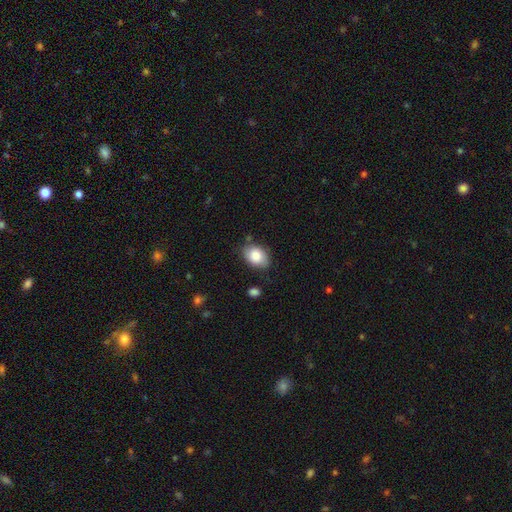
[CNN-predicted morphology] A smooth galaxy with no disk features (84%) that is in between round and cigar-shaped (80%). Merging: none (75%).